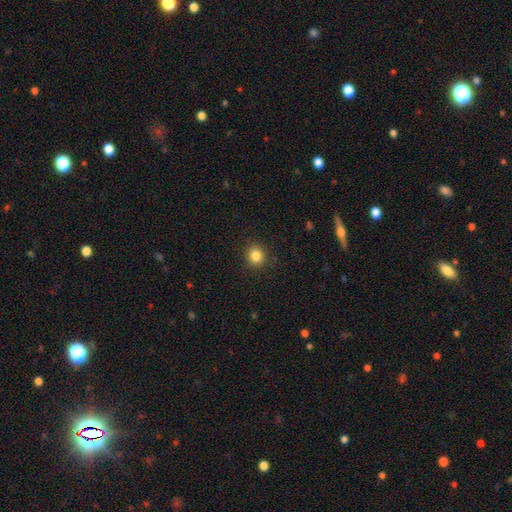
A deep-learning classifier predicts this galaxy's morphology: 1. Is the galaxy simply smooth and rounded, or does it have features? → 84% smooth, 11% star or artifact, 5% featured or disk.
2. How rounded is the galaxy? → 81% round, 18% in between, 1% cigar-shaped.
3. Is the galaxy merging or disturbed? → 89% none, 7% minor disturbance, 2% major disturbance, 1% merger.